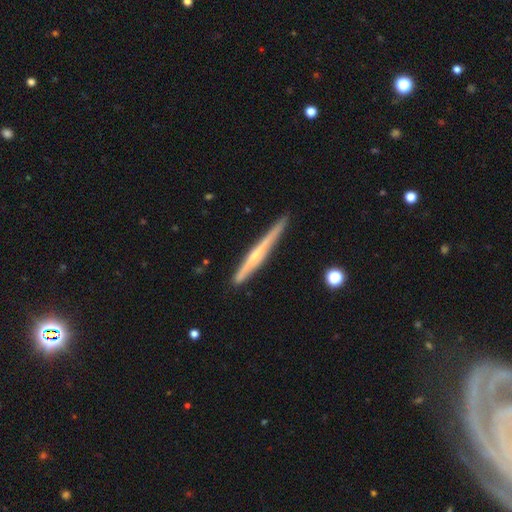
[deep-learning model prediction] Smooth or featured? Predicted: featured or disk (p=0.65). Edge-on disk? Predicted: yes (p=0.97). Edge-on bulge? Predicted: rounded (p=0.52). Merging? Predicted: none (p=0.85).